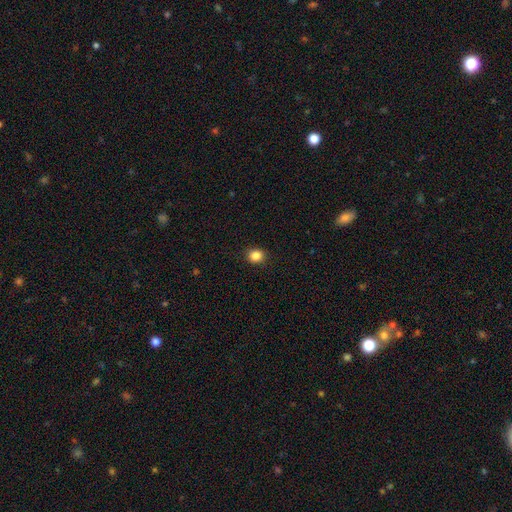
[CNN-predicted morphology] smooth_or_featured: smooth (p=0.86) [alt: star or artifact p=0.11]
how_rounded: round (p=0.77) [alt: in between p=0.23]
merging: none (p=0.91) [alt: minor disturbance p=0.06]